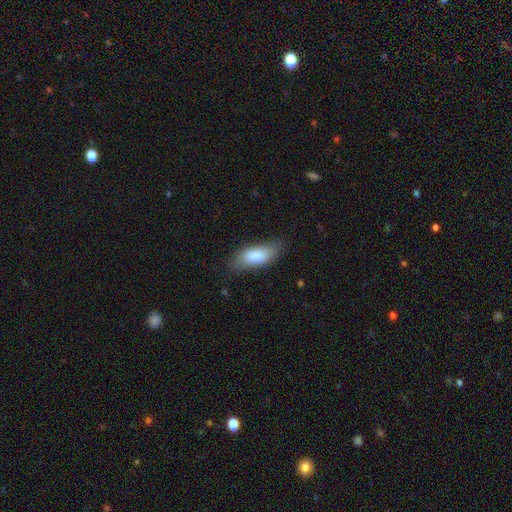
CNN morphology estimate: type=smooth (84%); roundness=in between (78%); merging=none (73%).